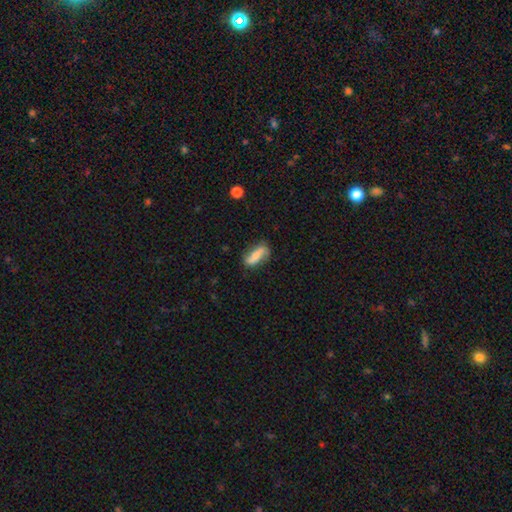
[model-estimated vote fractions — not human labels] Smooth or featured? smooth (60%)
How rounded? in between (64%)
Merging? none (71%)